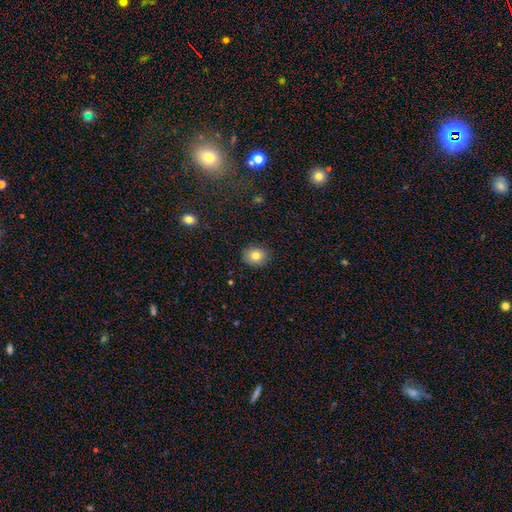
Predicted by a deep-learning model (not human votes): Smooth or featured?
  - smooth: 81% *
  - star or artifact: 10%
  - featured or disk: 9%
How rounded?
  - round: 71% *
  - in between: 28%
  - cigar-shaped: 1%
Merging?
  - none: 90% *
  - minor disturbance: 7%
  - major disturbance: 2%
  - merger: 1%